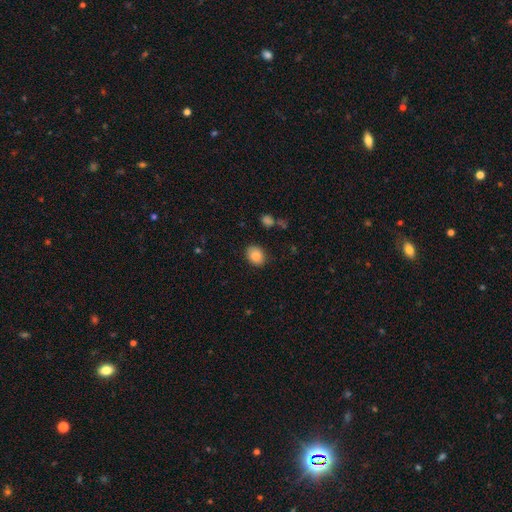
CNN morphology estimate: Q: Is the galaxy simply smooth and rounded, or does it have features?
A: smooth — 86%.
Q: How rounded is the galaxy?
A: in between — 56%.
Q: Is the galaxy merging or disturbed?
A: none — 85%.